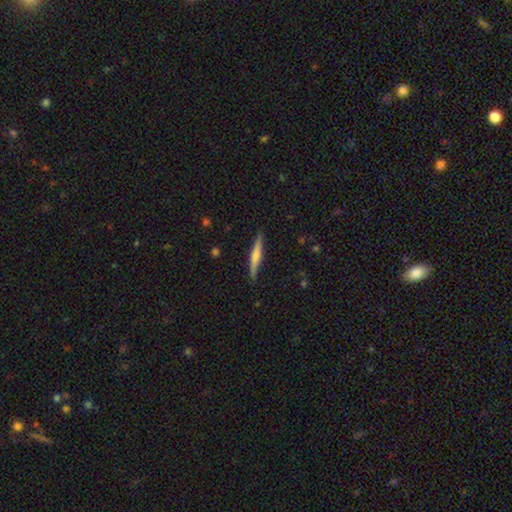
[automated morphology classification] This appears to be a smooth galaxy with no disk features (48%). Merging: none (87%).